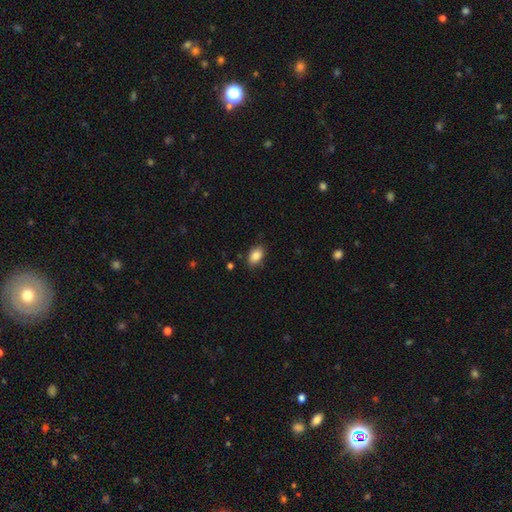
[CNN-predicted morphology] This is clearly a smooth galaxy (86%). How rounded: clearly in between (84%). Merging: clearly none (82%).